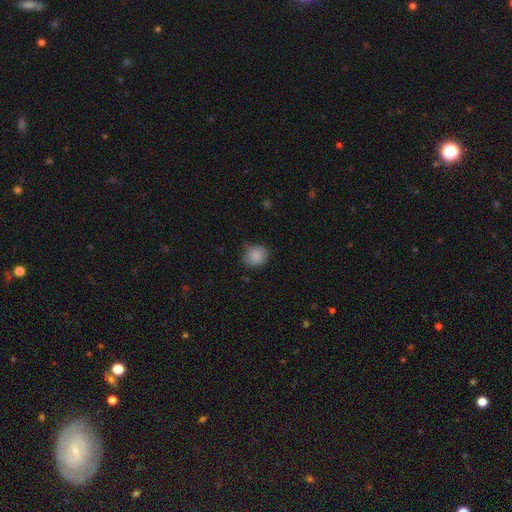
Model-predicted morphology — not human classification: This appears to be a smooth galaxy with no disk features (88%) that is round (77%). Merging: none (73%).